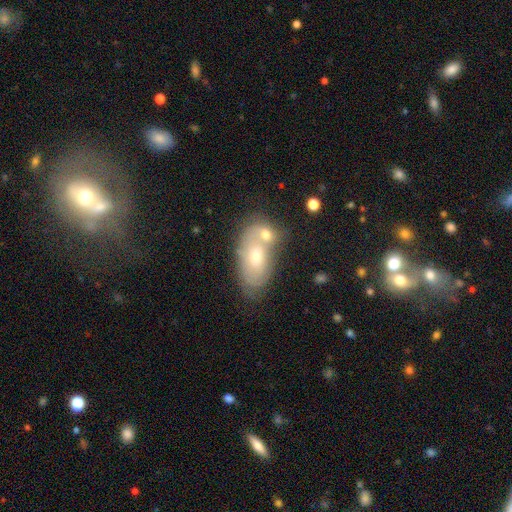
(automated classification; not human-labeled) Overall: smooth (52%; featured or disk 38%). How rounded: in between (87%). Merging: merger (51%; none 32%).